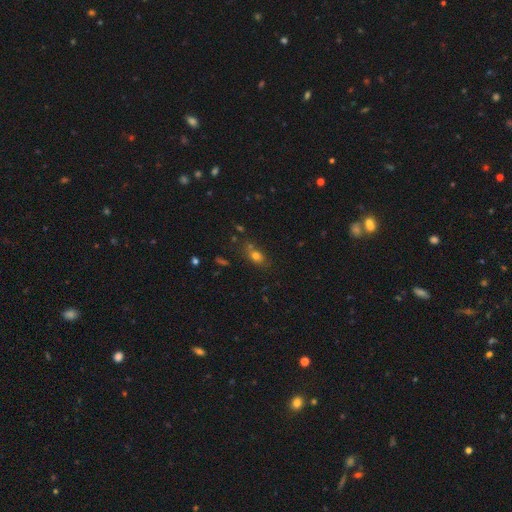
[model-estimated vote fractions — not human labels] A smooth galaxy with no disk features (73%) that is in between round and cigar-shaped (66%).

Vote fractions:
- Smooth or featured? smooth: 73% / star or artifact: 16% / featured or disk: 11%
- How rounded? in between: 66% / round: 28% / cigar-shaped: 6%
- Merging? none: 62% / minor disturbance: 18% / merger: 14% / major disturbance: 6%